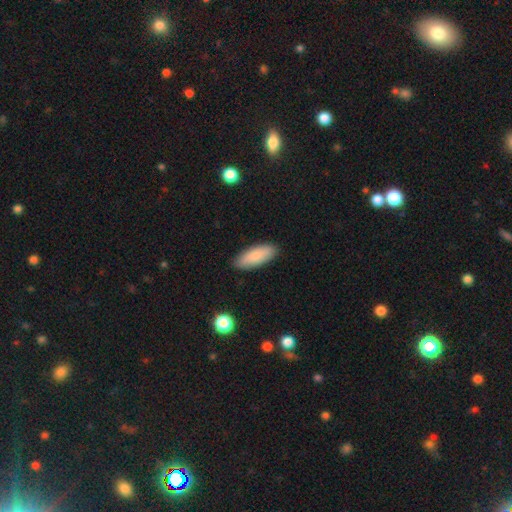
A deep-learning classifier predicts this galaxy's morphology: type=smooth (87%); roundness=in between (73%); merging=none (88%).